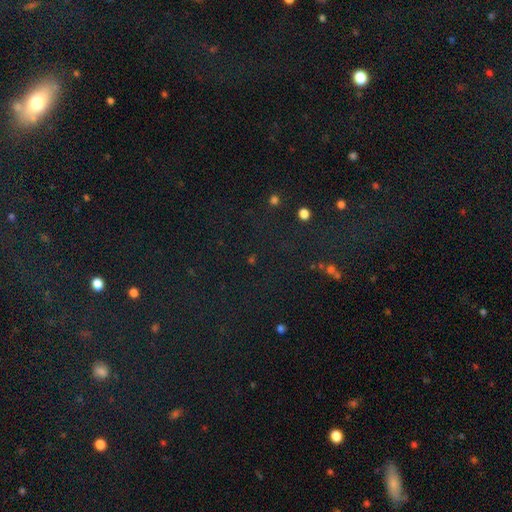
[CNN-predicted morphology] Smooth or featured? Predicted: star or artifact (p=0.67).